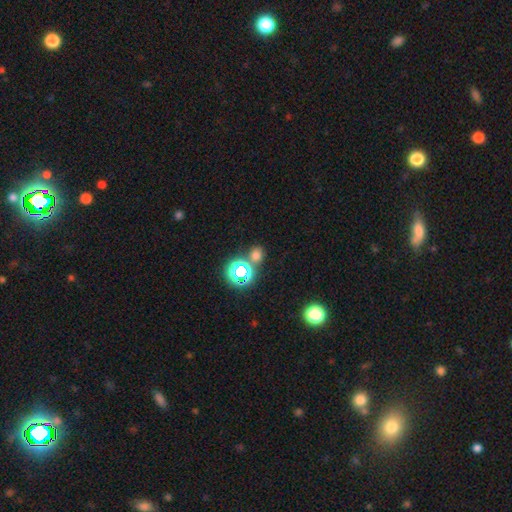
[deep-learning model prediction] This is likely a smooth galaxy (63%). How rounded: likely round (76%). Merging: likely none (70%).